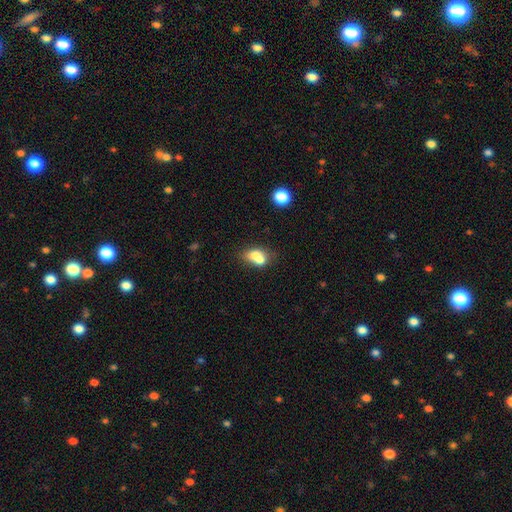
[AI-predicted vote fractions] A smooth galaxy with no disk features (68%) that is in between round and cigar-shaped (62%).

Vote fractions:
- Smooth or featured? smooth: 68% / featured or disk: 21% / star or artifact: 11%
- How rounded? in between: 62% / round: 36% / cigar-shaped: 2%
- Merging? merger: 58% / none: 27% / minor disturbance: 10% / major disturbance: 5%